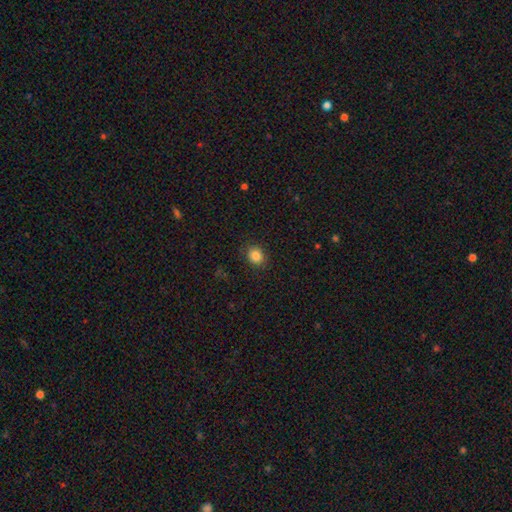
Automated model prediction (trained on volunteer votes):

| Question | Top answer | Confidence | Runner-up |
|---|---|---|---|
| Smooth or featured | smooth | 84% | star or artifact (10%) |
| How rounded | round | 67% | in between (32%) |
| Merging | none | 88% | minor disturbance (9%) |